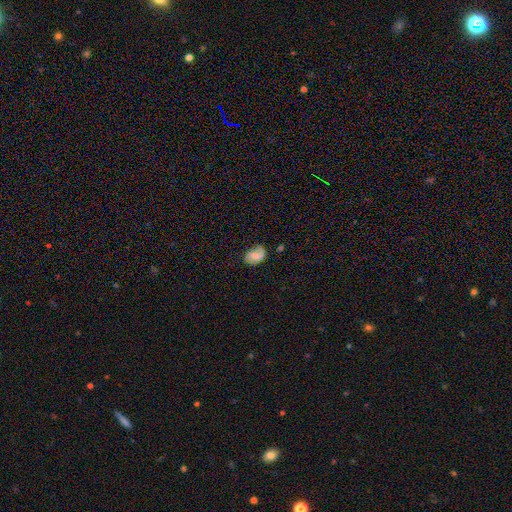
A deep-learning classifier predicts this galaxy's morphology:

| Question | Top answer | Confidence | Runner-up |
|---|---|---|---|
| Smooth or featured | featured or disk | 58% | smooth (34%) |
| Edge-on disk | no | 97% | yes (3%) |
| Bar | no | 49% | weak (41%) |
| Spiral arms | yes | 90% | no (10%) |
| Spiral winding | medium | 40% | tied: loose (40%) |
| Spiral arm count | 2 | 69% | 1 (21%) |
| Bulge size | small | 38% | moderate (32%) |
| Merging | none | 61% | minor disturbance (25%) |